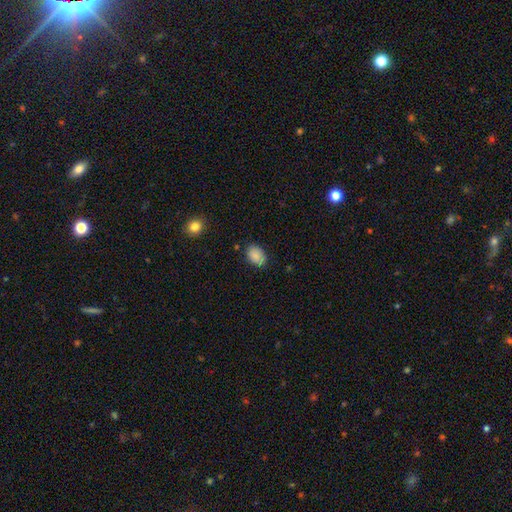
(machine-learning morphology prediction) The model was most divided on "merging": none: 81%, minor disturbance: 14%, major disturbance: 3%, merger: 2%. More confident: smooth or featured — smooth (88%); how rounded — in between (83%).